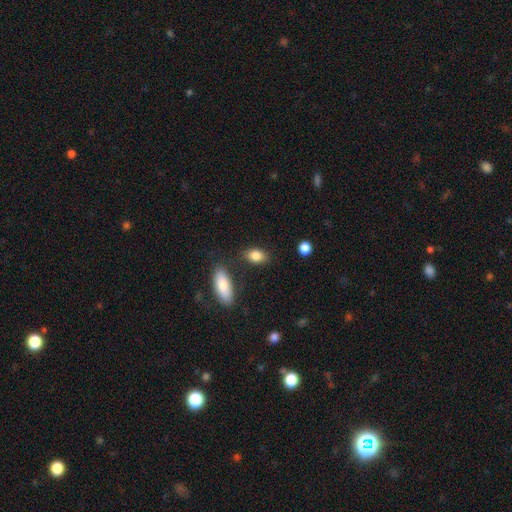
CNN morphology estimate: smooth-or-featured: smooth: 85% | star or artifact: 8% | featured or disk: 7%
  how-rounded: in between: 83% | round: 13% | cigar-shaped: 4%
  merging: none: 75% | minor disturbance: 15% | merger: 6% | major disturbance: 4%